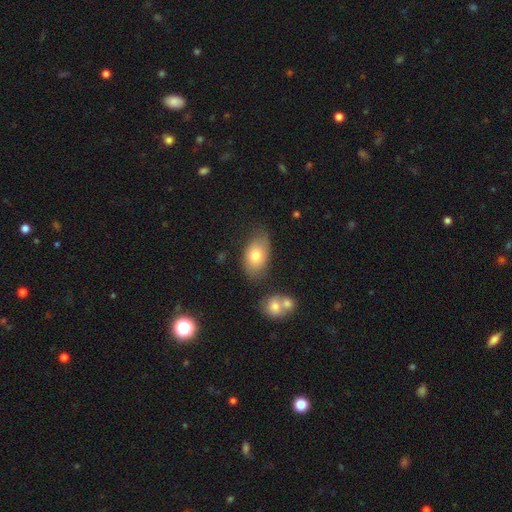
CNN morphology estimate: Smooth or featured?
  - smooth: 74% *
  - featured or disk: 18%
  - star or artifact: 8%
How rounded?
  - in between: 89% *
  - round: 9%
  - cigar-shaped: 2%
Merging?
  - none: 65% *
  - minor disturbance: 23%
  - major disturbance: 6%
  - merger: 5%